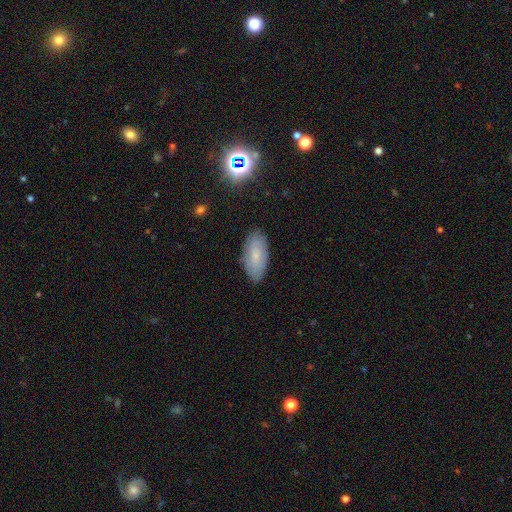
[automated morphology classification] smooth-or-featured: smooth: 61% | featured or disk: 28% | star or artifact: 10%
  how-rounded: in between: 90% | cigar-shaped: 7% | round: 3%
  merging: none: 84% | minor disturbance: 12% | major disturbance: 3% | merger: 1%